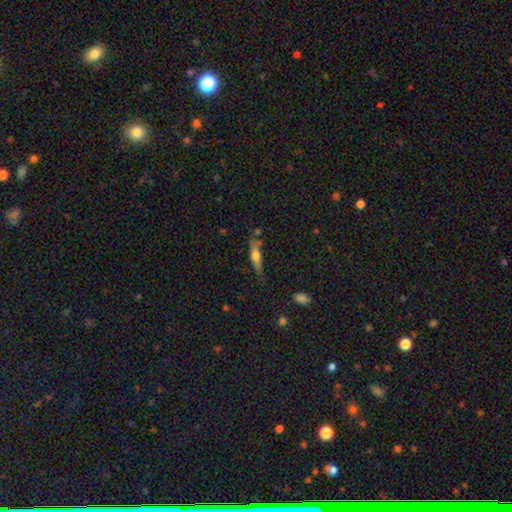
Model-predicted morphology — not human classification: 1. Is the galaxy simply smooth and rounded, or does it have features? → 49% featured or disk, 44% smooth, 8% star or artifact.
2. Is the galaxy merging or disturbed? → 62% none, 24% minor disturbance, 7% major disturbance, 7% merger.